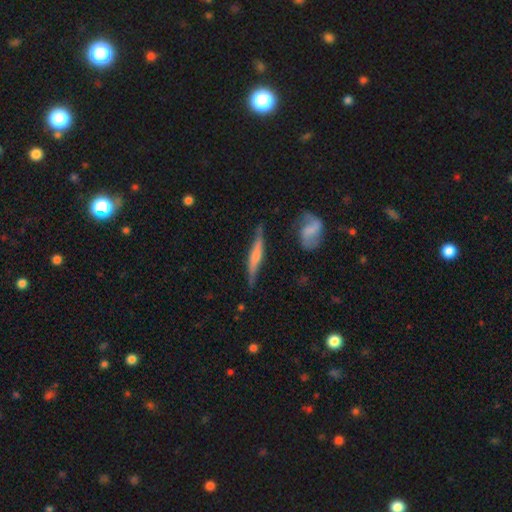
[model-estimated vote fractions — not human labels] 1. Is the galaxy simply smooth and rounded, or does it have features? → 72% featured or disk, 19% smooth, 9% star or artifact.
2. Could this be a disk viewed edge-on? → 90% yes, 10% no.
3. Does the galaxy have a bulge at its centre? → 73% rounded, 18% none, 9% boxy.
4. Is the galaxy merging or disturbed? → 79% none, 14% minor disturbance, 4% major disturbance, 3% merger.